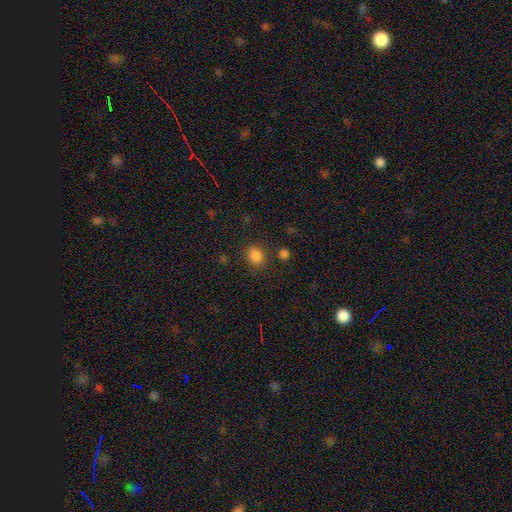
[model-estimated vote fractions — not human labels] A smooth galaxy with no disk features (83%) that is round (60%).

Vote fractions:
- Smooth or featured? smooth: 83% / star or artifact: 13% / featured or disk: 4%
- How rounded? round: 60% / in between: 39% / cigar-shaped: 1%
- Merging? none: 80% / minor disturbance: 11% / merger: 5% / major disturbance: 4%